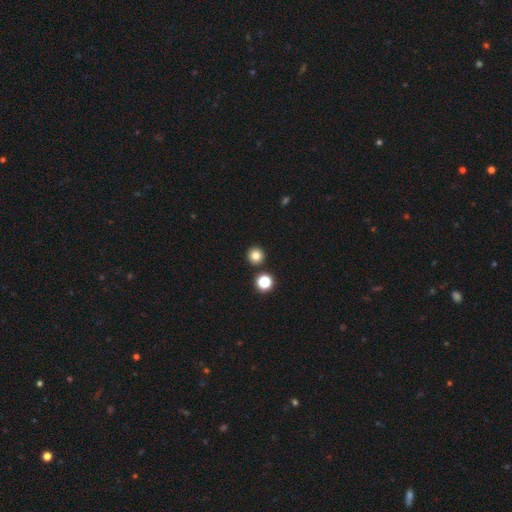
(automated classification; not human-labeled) Overall: smooth (80%). How rounded: round (95%). Merging: none (89%).